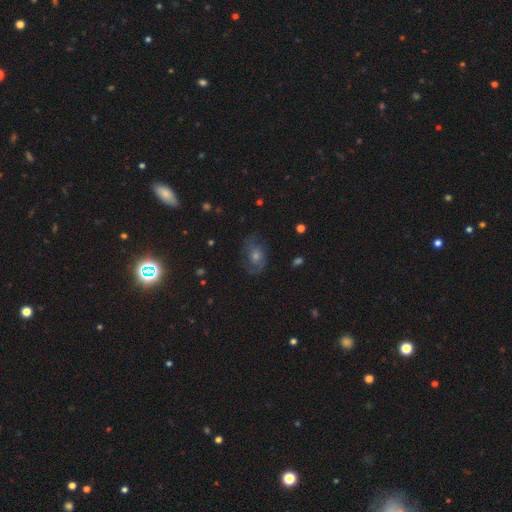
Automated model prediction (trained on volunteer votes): Smooth or featured? Predicted: featured or disk (p=0.49). Merging? Predicted: none (p=0.72).